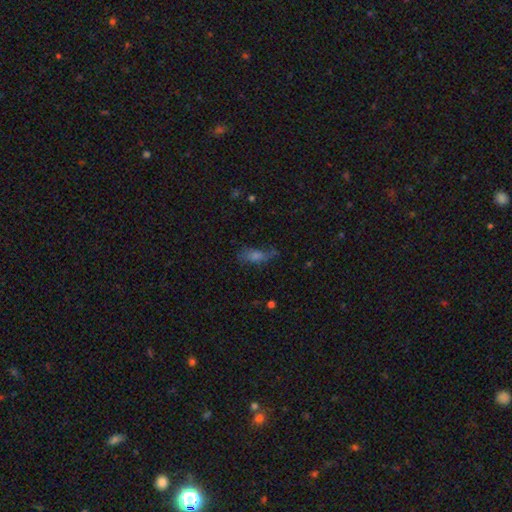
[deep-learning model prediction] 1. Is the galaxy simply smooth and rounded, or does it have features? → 46% smooth, 33% featured or disk, 21% star or artifact.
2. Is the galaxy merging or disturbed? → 56% none, 25% minor disturbance, 16% major disturbance, 3% merger.